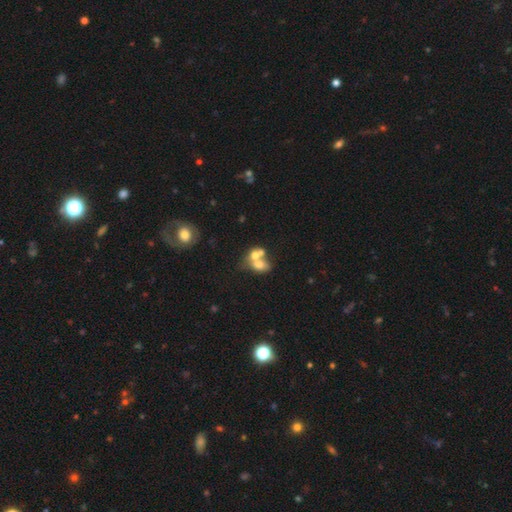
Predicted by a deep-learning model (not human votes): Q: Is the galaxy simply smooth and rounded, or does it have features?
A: smooth — 61%.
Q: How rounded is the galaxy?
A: in between — 55%.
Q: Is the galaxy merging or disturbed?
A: merger — 67%.